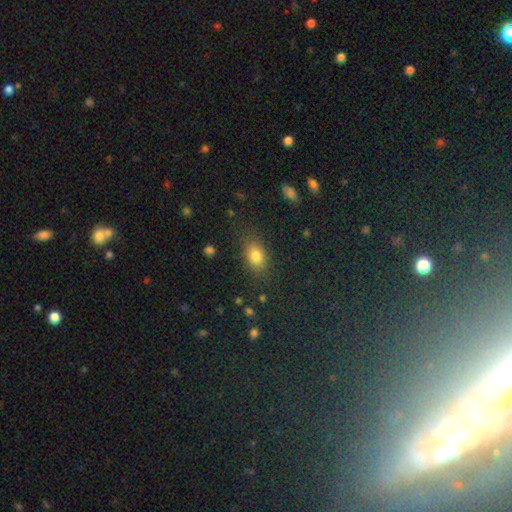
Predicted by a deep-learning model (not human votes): Smooth or featured? smooth (78%)
How rounded? in between (78%)
Merging? none (80%)